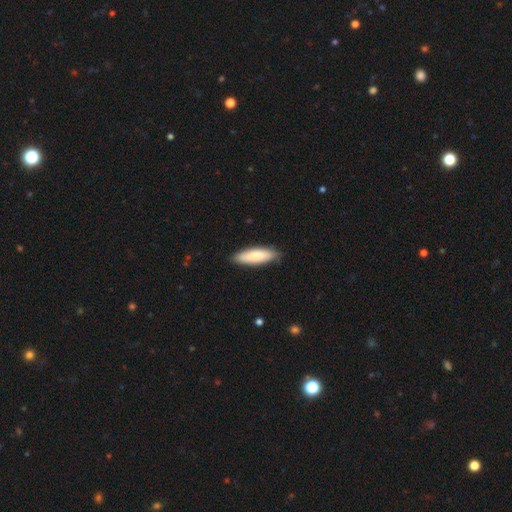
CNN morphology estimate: Q: Smooth or featured?
A: smooth (79%); runner-up: featured or disk (16%)
Q: How rounded?
A: cigar-shaped (53%); runner-up: in between (46%)
Q: Merging?
A: none (82%); runner-up: minor disturbance (15%)